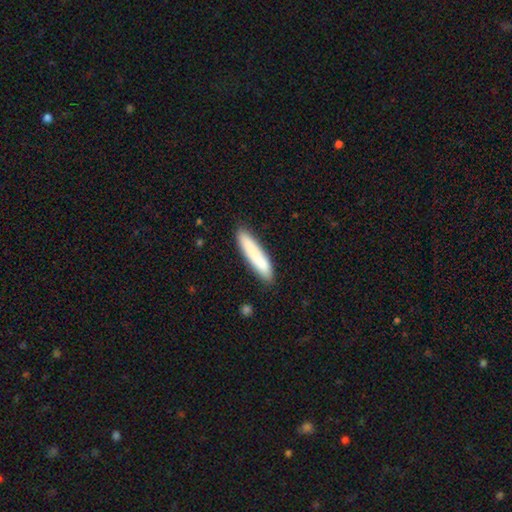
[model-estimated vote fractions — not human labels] A smooth galaxy with no disk features (81%) that is cigar-shaped (86%). Merging: none (83%).